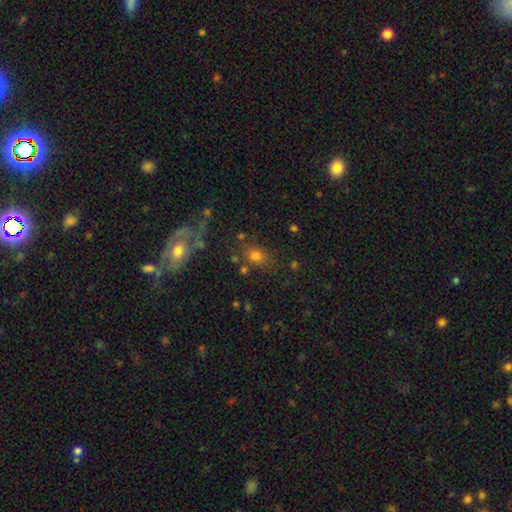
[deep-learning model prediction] Smooth or featured?
  - smooth: 70% *
  - star or artifact: 19%
  - featured or disk: 11%
How rounded?
  - in between: 58% *
  - round: 39%
  - cigar-shaped: 2%
Merging?
  - none: 69% *
  - minor disturbance: 14%
  - merger: 10%
  - major disturbance: 7%